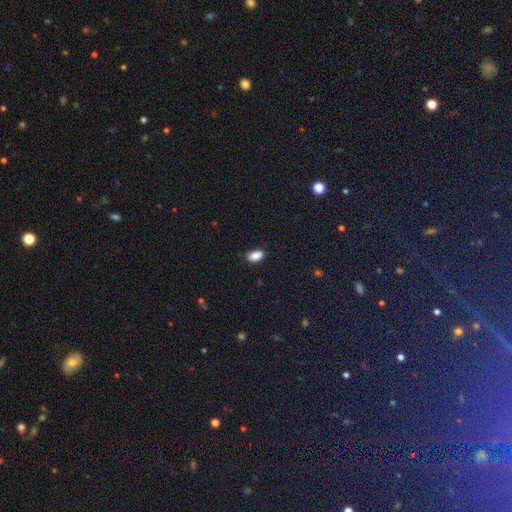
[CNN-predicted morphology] Smooth or featured? Predicted: smooth (p=0.88). How rounded? Predicted: in between (p=0.91). Merging? Predicted: none (p=0.82).